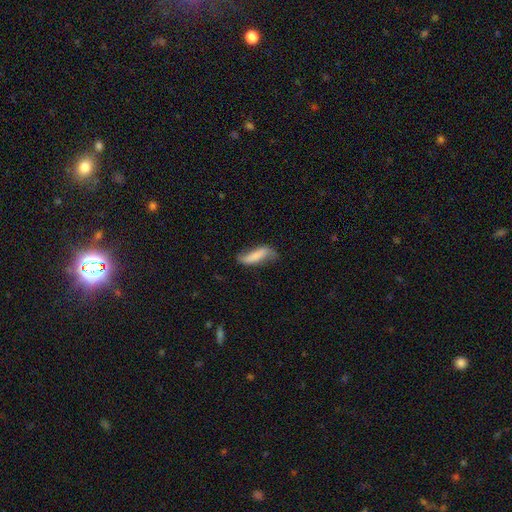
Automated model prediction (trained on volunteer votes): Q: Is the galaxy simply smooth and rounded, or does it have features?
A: smooth — 56%.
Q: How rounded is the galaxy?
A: cigar-shaped — 50%.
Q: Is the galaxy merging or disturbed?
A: none — 56%.